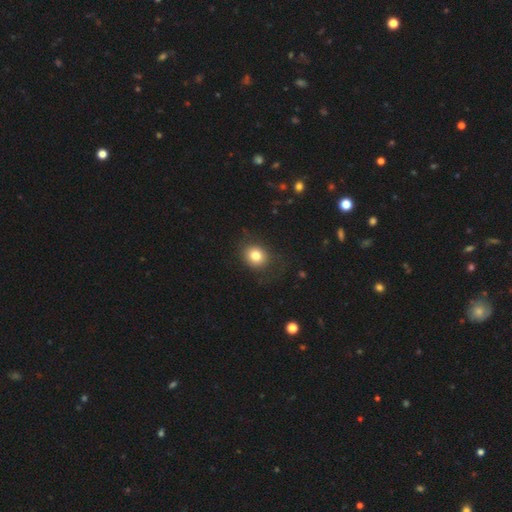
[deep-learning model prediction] The model was most divided on "how rounded": round: 68%, in between: 31%, cigar-shaped: 1%. More confident: smooth or featured — smooth (80%); merging — none (78%).